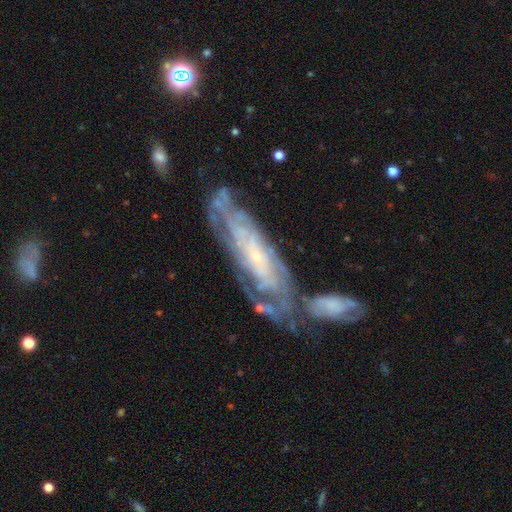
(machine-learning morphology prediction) type=featured or disk (82%); edge-on=no (83%); bar=no (69%); spiral arms=yes (91%); winding=tight (75%); arm count=can't tell (56%); bulge=small (82%); merging=none (53%).